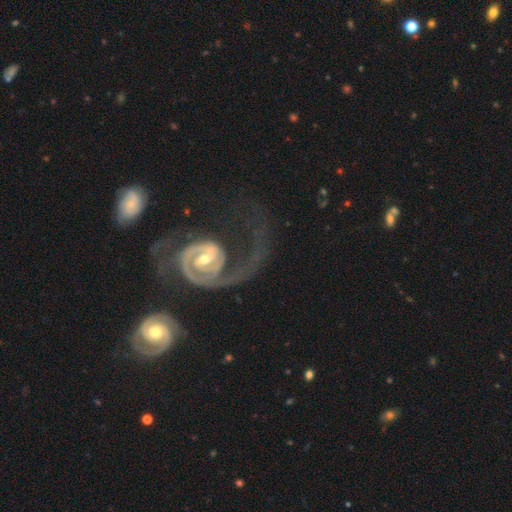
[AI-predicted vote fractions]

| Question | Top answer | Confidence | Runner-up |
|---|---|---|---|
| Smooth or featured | featured or disk | 88% | smooth (6%) |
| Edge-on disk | no | 97% | yes (3%) |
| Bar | no | 53% | weak (32%) |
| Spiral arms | yes | 94% | no (6%) |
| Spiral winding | medium | 45% | tight (31%) |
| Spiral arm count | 2 | 57% | 1 (29%) |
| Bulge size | moderate | 48% | small (43%) |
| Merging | none | 37% | major disturbance (30%) |